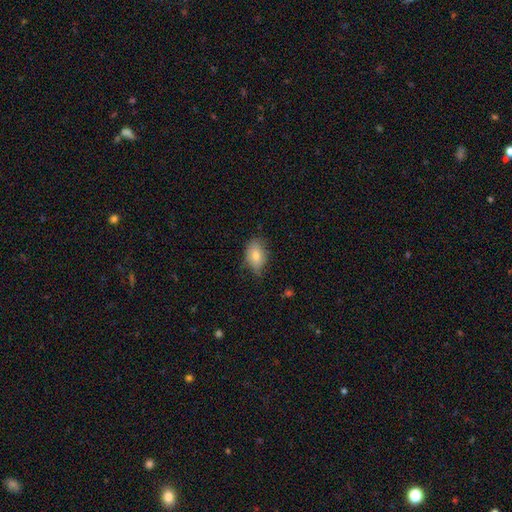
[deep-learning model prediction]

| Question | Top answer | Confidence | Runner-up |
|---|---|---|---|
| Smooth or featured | smooth | 78% | featured or disk (14%) |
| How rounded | in between | 85% | round (13%) |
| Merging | none | 64% | minor disturbance (30%) |